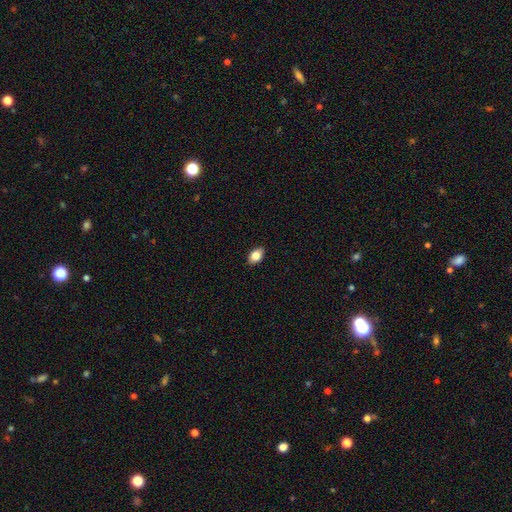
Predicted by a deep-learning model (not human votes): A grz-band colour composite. It shows a smooth galaxy with no disk features (83%) that is in between round and cigar-shaped (86%). Merging: none (89%).